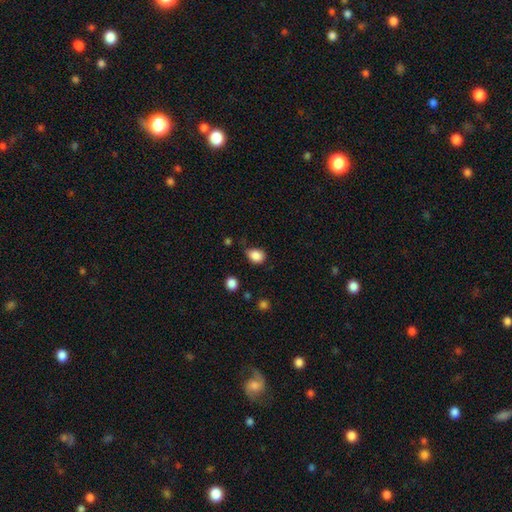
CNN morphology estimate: This is clearly a smooth galaxy (87%). How rounded: possibly in between (54%). Merging: likely none (60%).